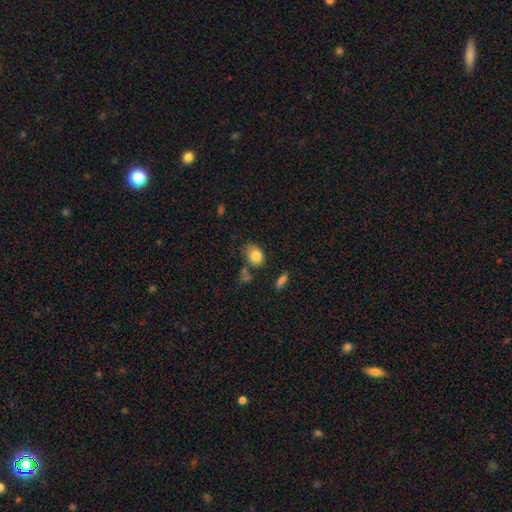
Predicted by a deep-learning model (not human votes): smooth_or_featured: smooth (p=0.83) [alt: star or artifact p=0.09]
how_rounded: in between (p=0.63) [alt: round p=0.35]
merging: none (p=0.61) [alt: minor disturbance p=0.24]